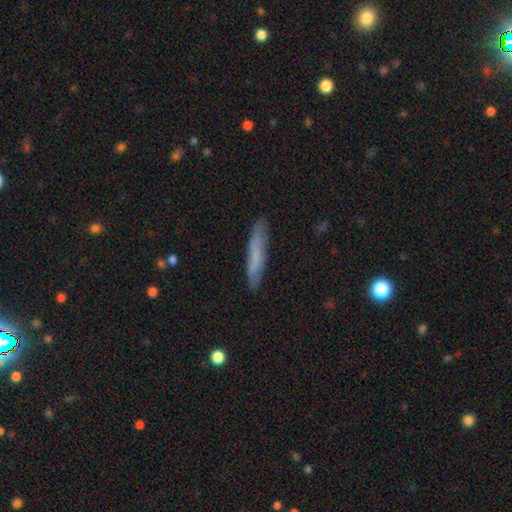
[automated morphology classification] This appears to be a smooth galaxy with no disk features (62%) that is cigar-shaped (91%). Merging: none (85%).